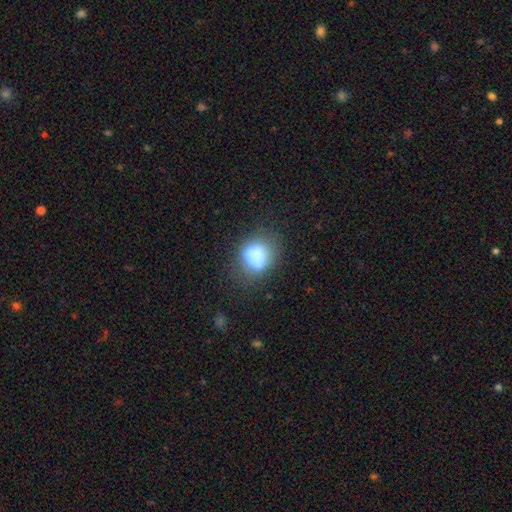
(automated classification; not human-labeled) Smooth or featured: smooth — 72% (featured or disk — 16%)
How rounded: round — 58% (in between — 41%)
Merging: none — 48% (minor disturbance — 26%)